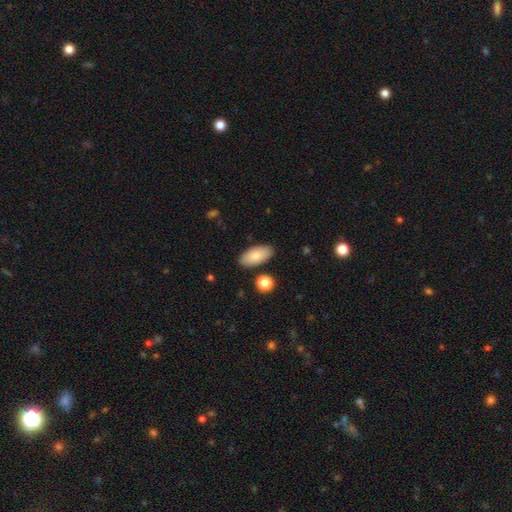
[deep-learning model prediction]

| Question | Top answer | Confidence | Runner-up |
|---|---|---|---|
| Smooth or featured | smooth | 82% | featured or disk (12%) |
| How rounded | in between | 92% | cigar-shaped (6%) |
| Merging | none | 86% | minor disturbance (9%) |